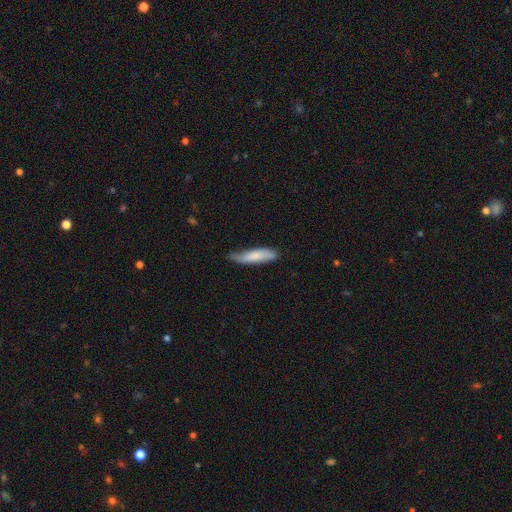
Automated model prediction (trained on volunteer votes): Overall: smooth (75%). How rounded: cigar-shaped (72%). Merging: none (61%; minor disturbance 31%).